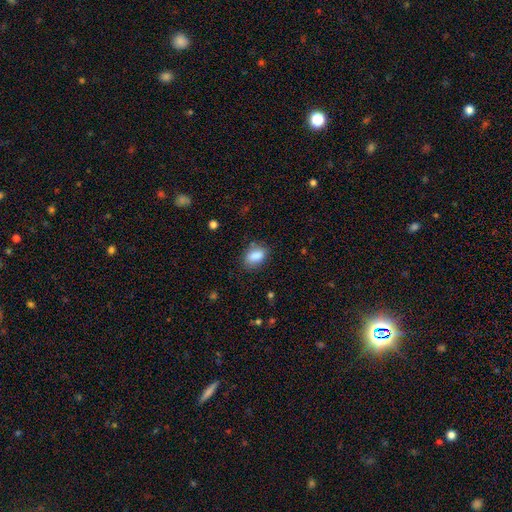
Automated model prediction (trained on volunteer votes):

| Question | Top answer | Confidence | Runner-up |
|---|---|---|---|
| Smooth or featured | smooth | 86% | star or artifact (8%) |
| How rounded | in between | 87% | round (10%) |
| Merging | none | 76% | minor disturbance (18%) |